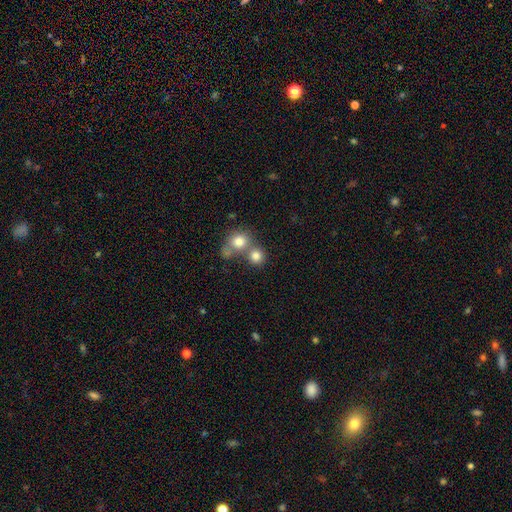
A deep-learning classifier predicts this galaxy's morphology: Q: Smooth or featured?
A: smooth (79%); runner-up: star or artifact (12%)
Q: How rounded?
A: round (86%); runner-up: in between (13%)
Q: Merging?
A: none (50%); runner-up: merger (40%)